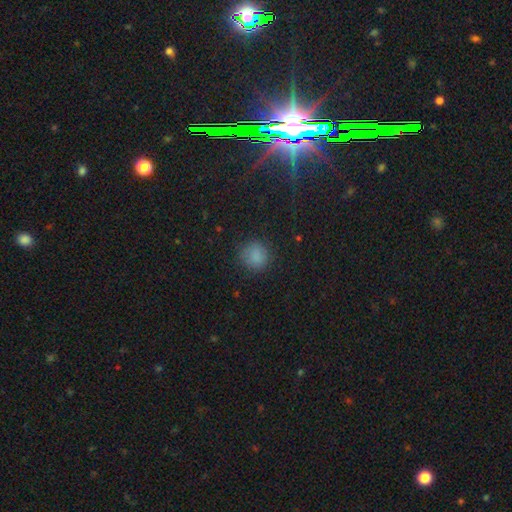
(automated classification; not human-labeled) Morphology: type=smooth (82%); roundness=round (88%); merging=none (84%).